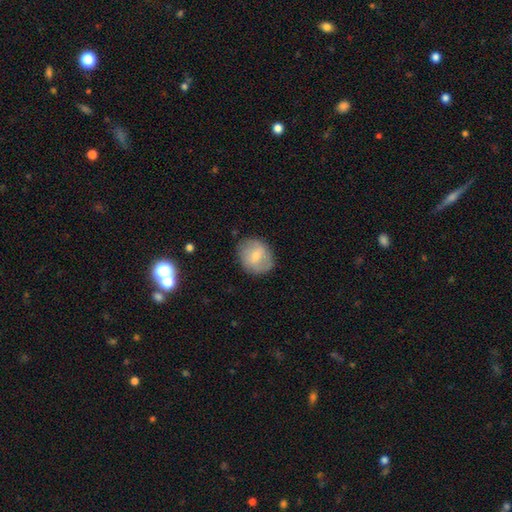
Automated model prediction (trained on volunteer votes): A smooth galaxy with no disk features (58%) that is round (67%). Merging: none (78%).